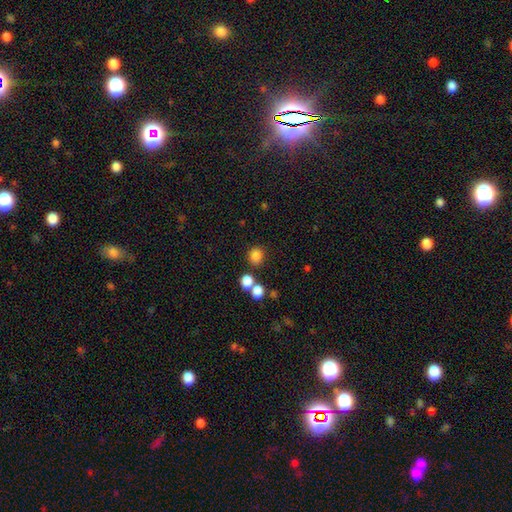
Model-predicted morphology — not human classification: smooth_or_featured: smooth (p=0.82) [alt: star or artifact p=0.13]
how_rounded: round (p=0.79) [alt: in between p=0.20]
merging: none (p=0.77) [alt: merger p=0.12]